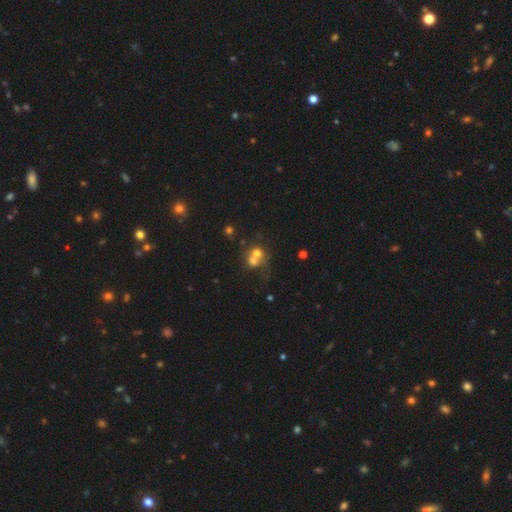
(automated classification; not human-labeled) The model was most divided on "smooth or featured": smooth: 61%, featured or disk: 24%, star or artifact: 15%. More confident: how rounded — round (74%); merging — merger (65%).